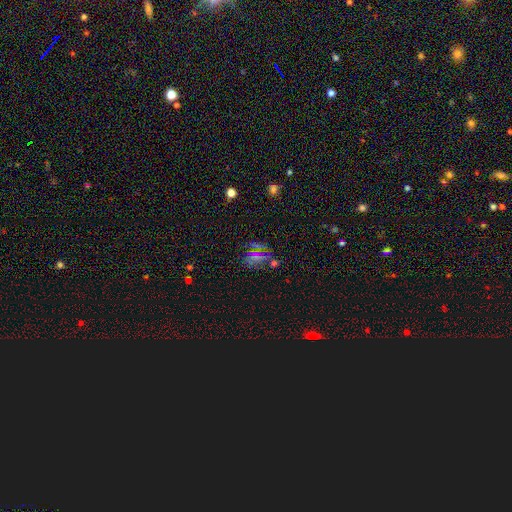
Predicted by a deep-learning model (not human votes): A featured or disk galaxy (41%). Merging: none (57%).